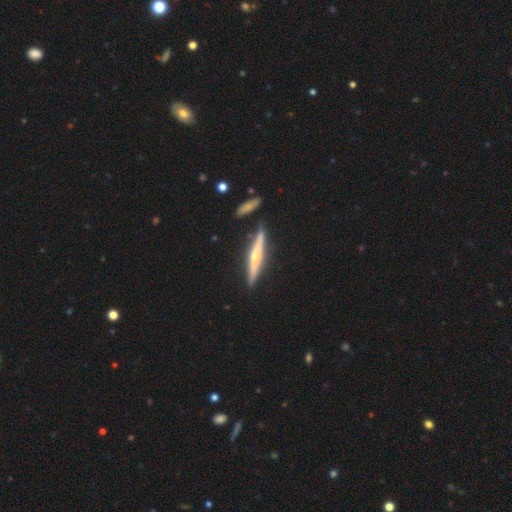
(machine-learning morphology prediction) A featured or disk galaxy (70%) viewed edge-on (96%) with a rounded central bulge (85%). Merging: none (82%).